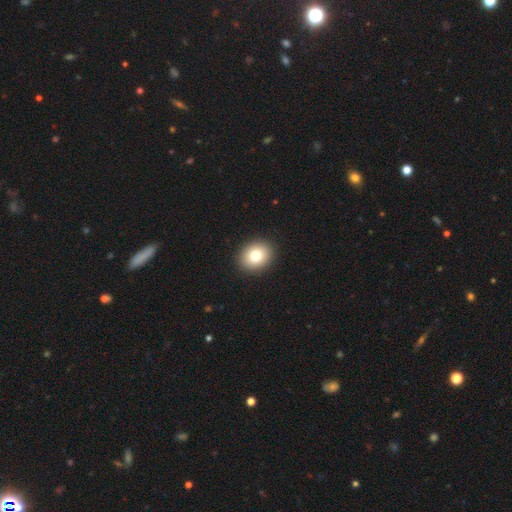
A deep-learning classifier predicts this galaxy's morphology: Q: Smooth or featured?
A: smooth (79%); runner-up: featured or disk (11%)
Q: How rounded?
A: round (60%); runner-up: in between (39%)
Q: Merging?
A: none (92%); runner-up: minor disturbance (6%)